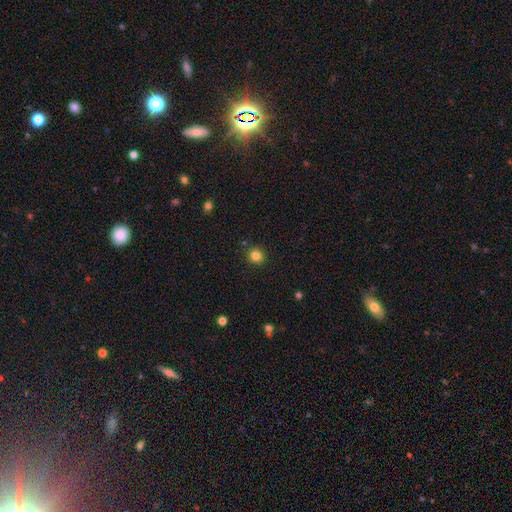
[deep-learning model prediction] smooth-or-featured: smooth: 82% | star or artifact: 13% | featured or disk: 5%
  how-rounded: round: 92% | in between: 7% | cigar-shaped: 1%
  merging: none: 90% | minor disturbance: 6% | merger: 2% | major disturbance: 2%